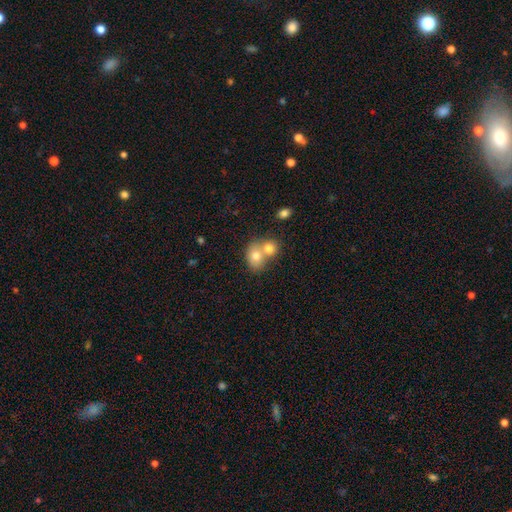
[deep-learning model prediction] Smooth or featured? smooth (75%)
How rounded? in between (52%)
Merging? merger (65%)